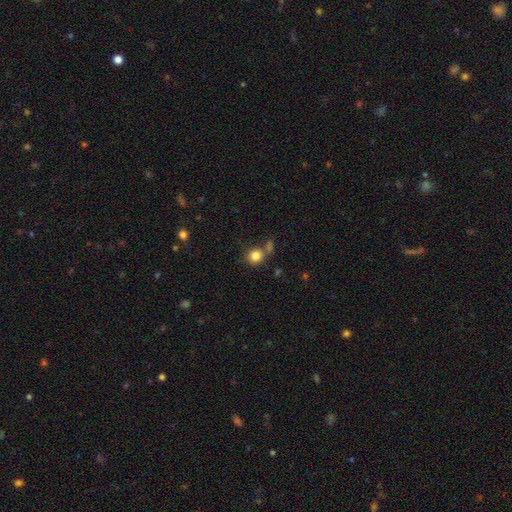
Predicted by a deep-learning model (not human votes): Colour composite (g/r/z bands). It shows a smooth galaxy with no disk features (83%) that is round (87%). Merging: none (67%).